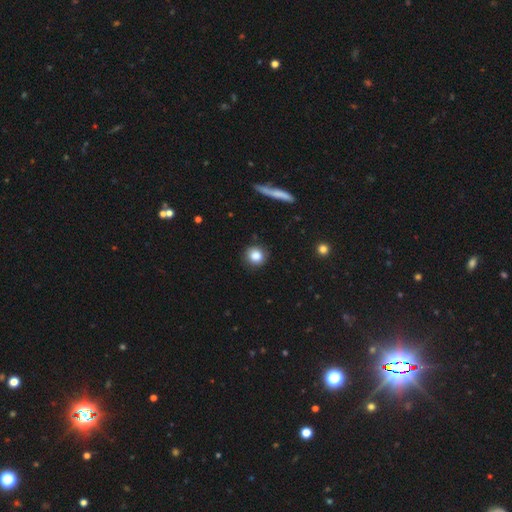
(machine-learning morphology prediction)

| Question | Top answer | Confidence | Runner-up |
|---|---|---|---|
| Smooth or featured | smooth | 85% | star or artifact (9%) |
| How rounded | round | 90% | in between (8%) |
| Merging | none | 85% | minor disturbance (10%) |